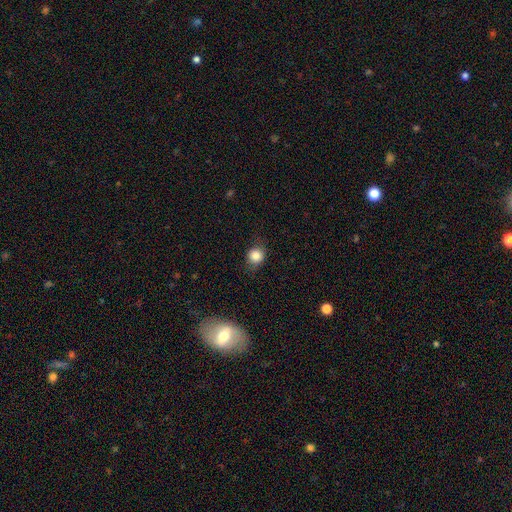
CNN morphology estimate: Smooth or featured?
  - smooth: 84% *
  - star or artifact: 10%
  - featured or disk: 6%
How rounded?
  - round: 76% *
  - in between: 23%
  - cigar-shaped: 1%
Merging?
  - none: 78% *
  - minor disturbance: 16%
  - major disturbance: 4%
  - merger: 1%